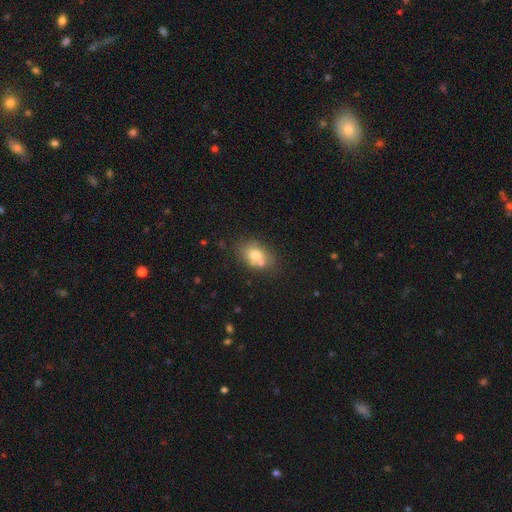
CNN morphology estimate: This is likely a smooth galaxy (68%). How rounded: likely in between (73%). Merging: possibly none (52%).